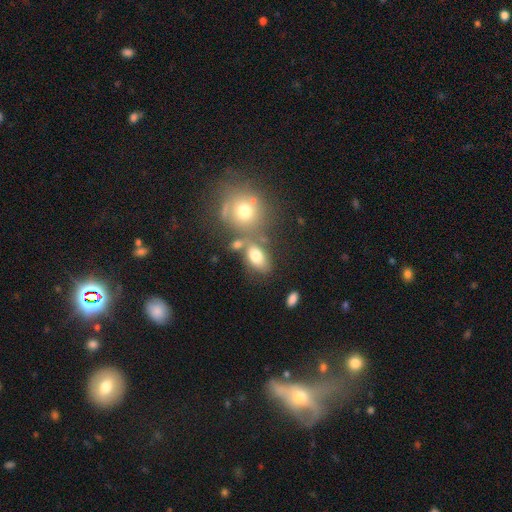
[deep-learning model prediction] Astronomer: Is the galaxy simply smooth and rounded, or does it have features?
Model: smooth — 73%.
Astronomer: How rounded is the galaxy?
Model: in between — 83%.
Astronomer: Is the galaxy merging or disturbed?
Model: none — 52%.